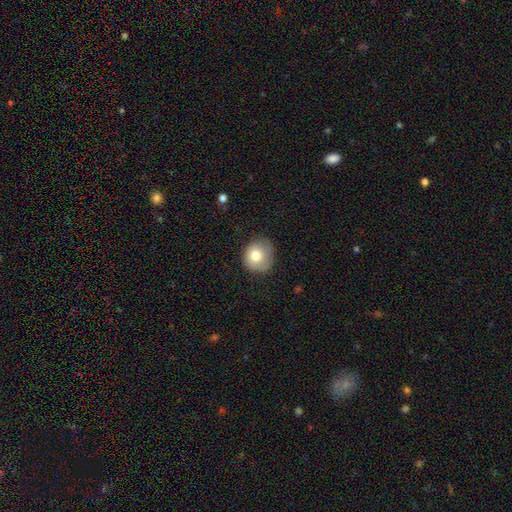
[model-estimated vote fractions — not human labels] smooth_or_featured: smooth (p=0.77) [alt: featured or disk p=0.15]
how_rounded: round (p=0.79) [alt: in between p=0.20]
merging: none (p=0.63) [alt: minor disturbance p=0.28]